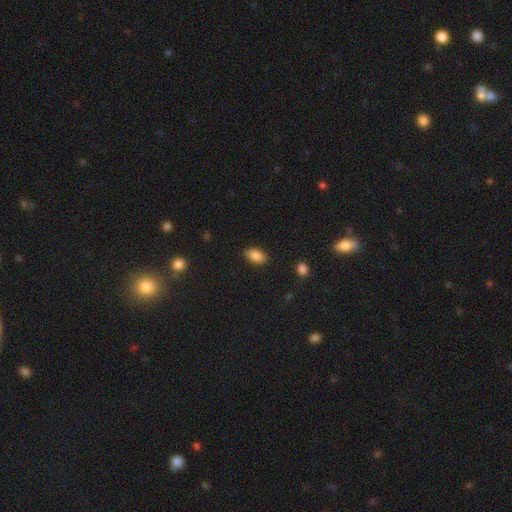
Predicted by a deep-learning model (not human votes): Overall: smooth (87%). How rounded: in between (91%). Merging: none (87%).